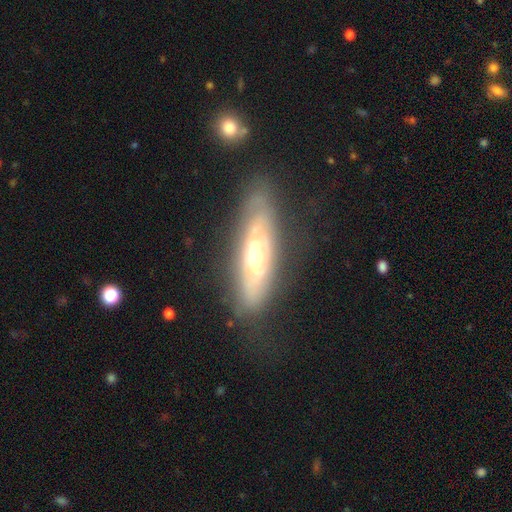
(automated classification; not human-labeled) Smooth or featured? Predicted: featured or disk (p=0.67). Edge-on disk? Predicted: no (p=0.60). Merging? Predicted: none (p=0.70).